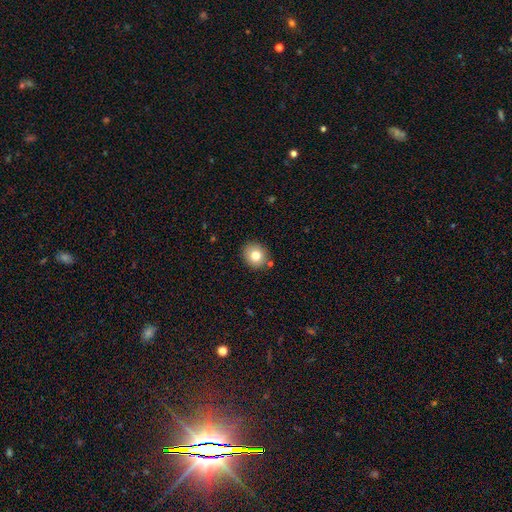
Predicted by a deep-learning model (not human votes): The model was most divided on "how rounded": round: 75%, in between: 25%, cigar-shaped: 1%. More confident: merging — none (85%); smooth or featured — smooth (78%).